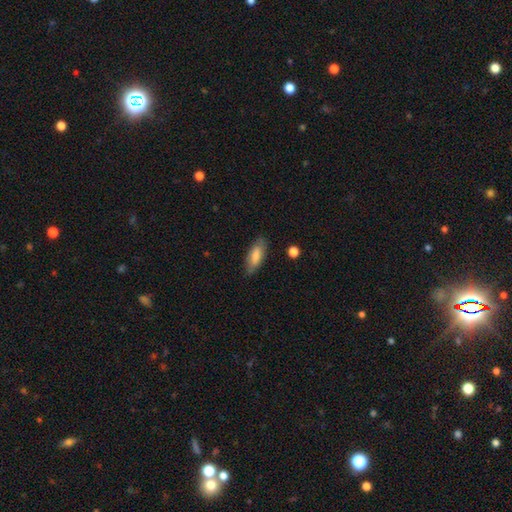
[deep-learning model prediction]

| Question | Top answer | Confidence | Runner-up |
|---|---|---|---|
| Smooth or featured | smooth | 74% | featured or disk (20%) |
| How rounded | in between | 68% | cigar-shaped (30%) |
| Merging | none | 81% | minor disturbance (14%) |